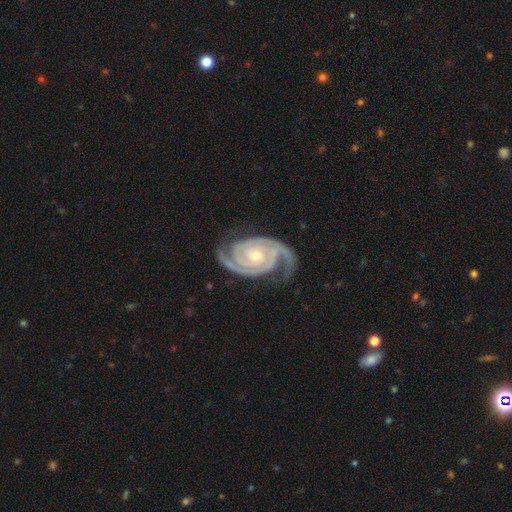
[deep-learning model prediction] smooth-or-featured: featured or disk: 94% | star or artifact: 4% | smooth: 2%
  disk-edge-on: no: 98% | yes: 2%
    bar: no: 68% | weak: 21% | strong: 11%
    has-spiral-arms: yes: 99% | no: 1%
      spiral-winding: tight: 72% | medium: 25% | loose: 3%
      spiral-arm-count: 2: 83% | 3: 9% | can't tell: 2% | 4: 2% | 1: 2% | more than 4: 2%
    bulge-size: small: 56% | moderate: 40% | large: 2% | none: 1% | dominant: 1%
  merging: none: 78% | minor disturbance: 15% | major disturbance: 5% | merger: 1%